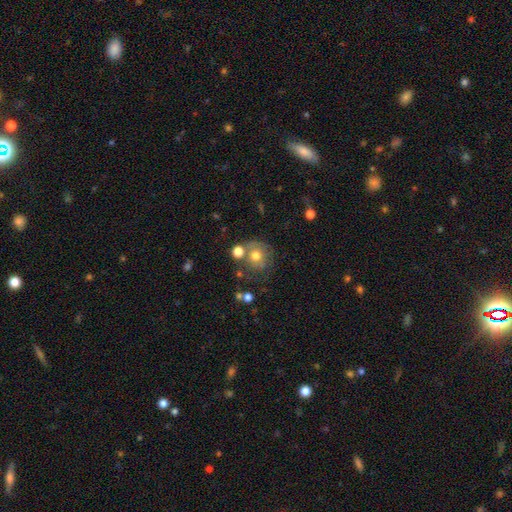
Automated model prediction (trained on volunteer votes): Smooth or featured?
  - smooth: 66% *
  - featured or disk: 22%
  - star or artifact: 11%
How rounded?
  - round: 87% *
  - in between: 12%
  - cigar-shaped: 1%
Merging?
  - none: 54% *
  - merger: 20%
  - minor disturbance: 17%
  - major disturbance: 10%